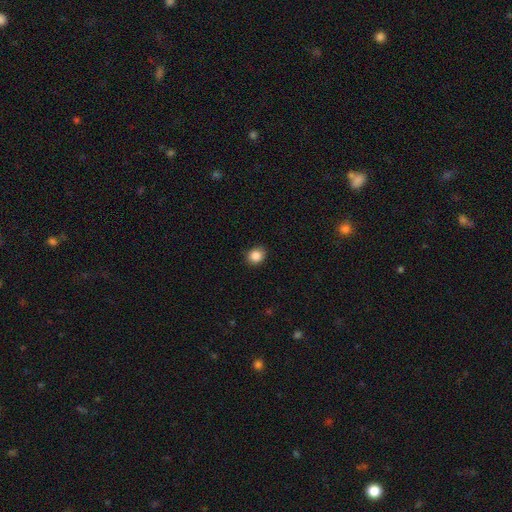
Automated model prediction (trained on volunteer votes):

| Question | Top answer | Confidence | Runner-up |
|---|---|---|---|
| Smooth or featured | smooth | 87% | star or artifact (9%) |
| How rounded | round | 67% | in between (32%) |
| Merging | none | 89% | minor disturbance (8%) |